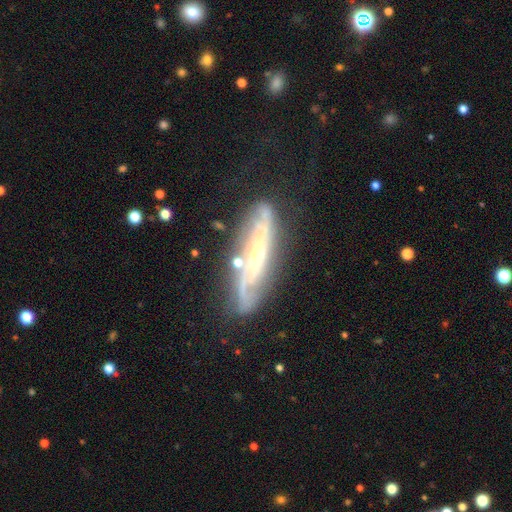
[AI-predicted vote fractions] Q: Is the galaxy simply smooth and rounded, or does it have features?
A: featured or disk — 79%.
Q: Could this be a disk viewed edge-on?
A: no — 67%.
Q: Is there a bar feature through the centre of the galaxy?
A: no — 53%.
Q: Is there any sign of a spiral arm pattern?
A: yes — 87%.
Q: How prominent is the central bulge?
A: small — 61%.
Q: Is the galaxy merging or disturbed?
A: none — 73%.